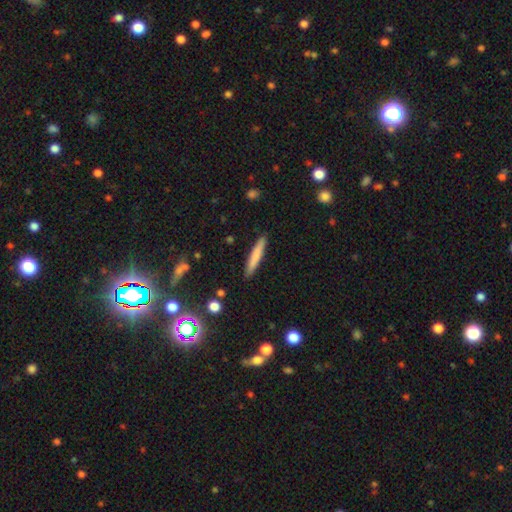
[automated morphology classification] Smooth or featured? Predicted: smooth (p=0.76). How rounded? Predicted: cigar-shaped (p=0.94). Merging? Predicted: none (p=0.90).